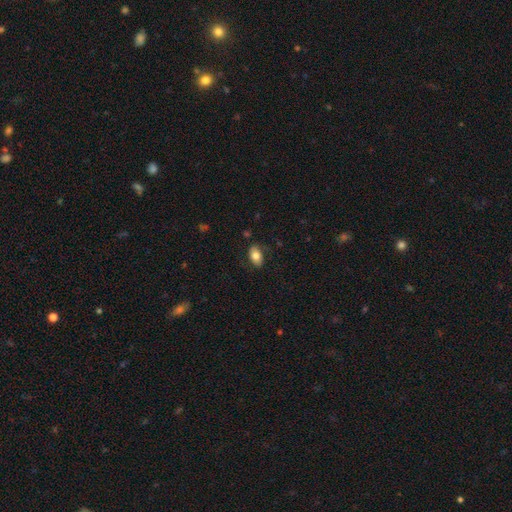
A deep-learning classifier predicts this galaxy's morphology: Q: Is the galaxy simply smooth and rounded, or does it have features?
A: smooth — 77%.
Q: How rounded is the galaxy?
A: in between — 91%.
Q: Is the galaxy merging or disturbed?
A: none — 78%.